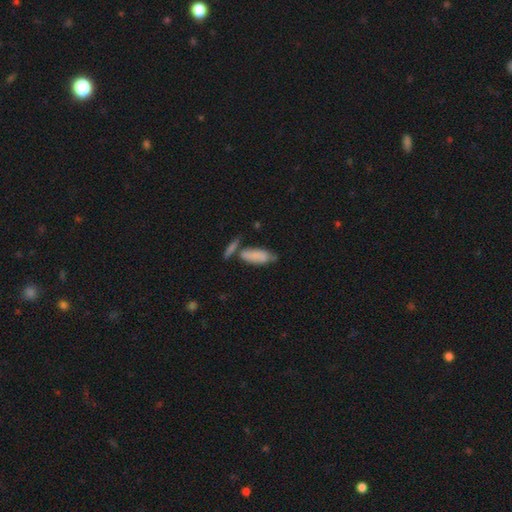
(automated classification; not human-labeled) Smooth or featured: smooth — 78% (featured or disk — 14%)
How rounded: in between — 74% (cigar-shaped — 24%)
Merging: none — 48% (merger — 25%)